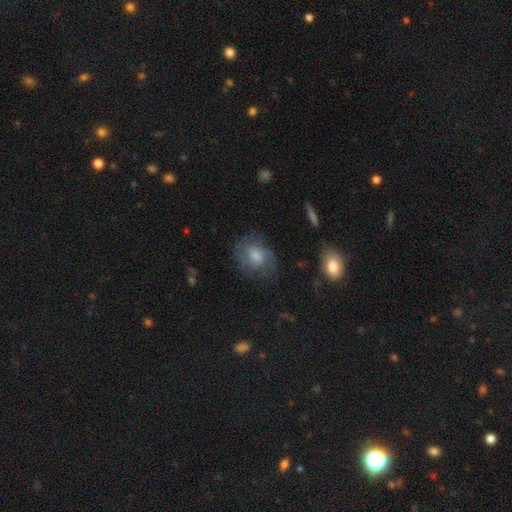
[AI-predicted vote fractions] This appears to be a featured or disk galaxy (53%) with no bar (59%), spiral arms (75%) and a moderate central bulge (49%). Merging: none (68%).